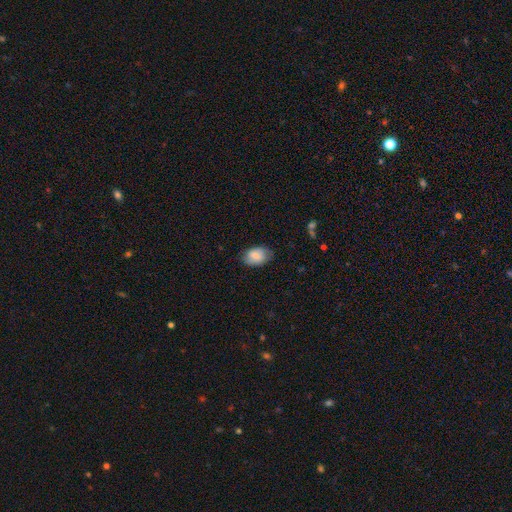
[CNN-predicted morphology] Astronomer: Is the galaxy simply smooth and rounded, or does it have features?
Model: smooth — 82%.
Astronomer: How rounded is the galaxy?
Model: in between — 88%.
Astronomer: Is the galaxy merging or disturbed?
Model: none — 76%.